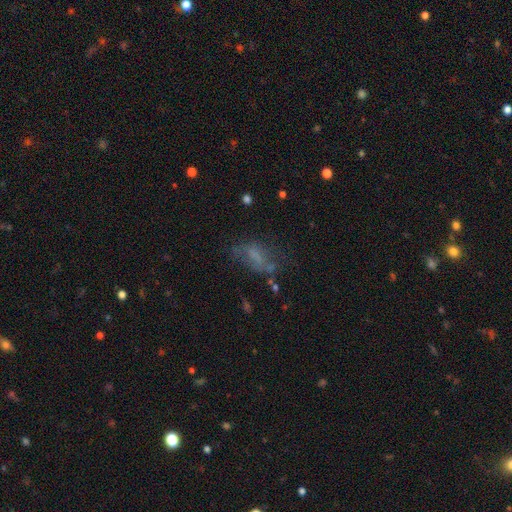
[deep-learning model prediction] This is possibly a smooth galaxy (48%). Merging: marginally none (42%).